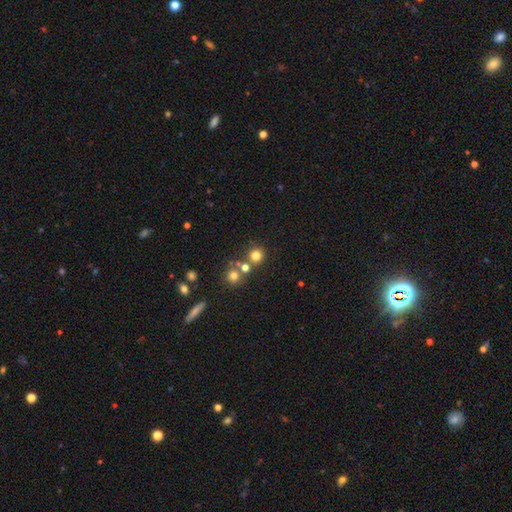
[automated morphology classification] Smooth or featured?
  - smooth: 76% *
  - star or artifact: 17%
  - featured or disk: 7%
How rounded?
  - round: 92% *
  - in between: 7%
  - cigar-shaped: 1%
Merging?
  - none: 73% *
  - merger: 17%
  - minor disturbance: 7%
  - major disturbance: 3%